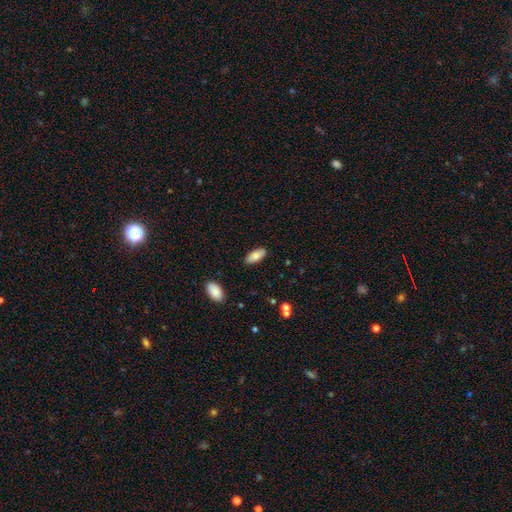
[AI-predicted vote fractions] smooth 81%, featured or disk 12%, star or artifact 7%. Down the decision tree: how rounded — in between (89%); merging — none (87%).